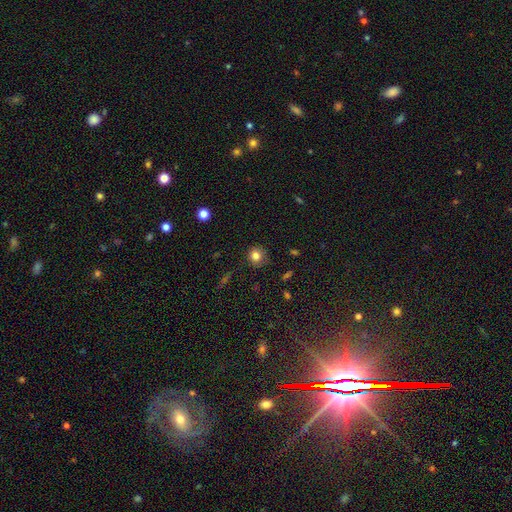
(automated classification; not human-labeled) This appears to be a smooth galaxy with no disk features (81%) that is round (89%). Merging: none (82%).